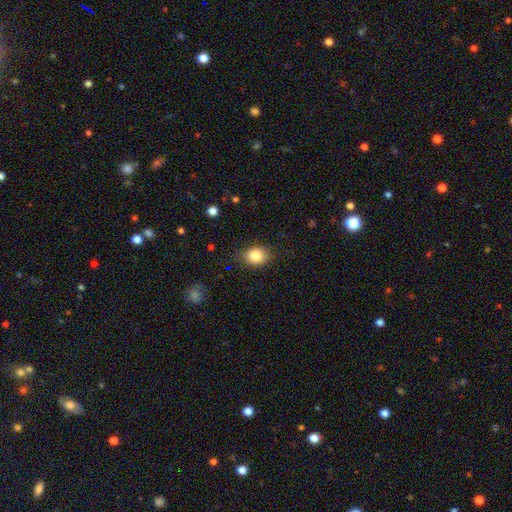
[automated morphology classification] A smooth galaxy with no disk features (83%) that is in between round and cigar-shaped (54%).

Vote fractions:
- Smooth or featured? smooth: 83% / star or artifact: 9% / featured or disk: 7%
- How rounded? in between: 54% / round: 45% / cigar-shaped: 1%
- Merging? none: 82% / minor disturbance: 14% / major disturbance: 3% / merger: 1%